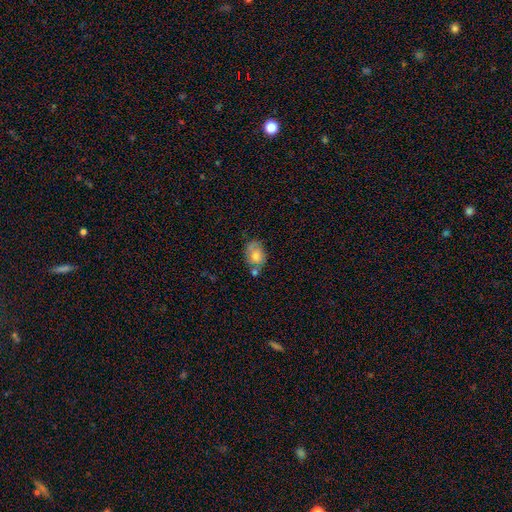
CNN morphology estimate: Smooth or featured: smooth — 71% (featured or disk — 20%)
How rounded: in between — 71% (round — 27%)
Merging: none — 44% (minor disturbance — 26%)